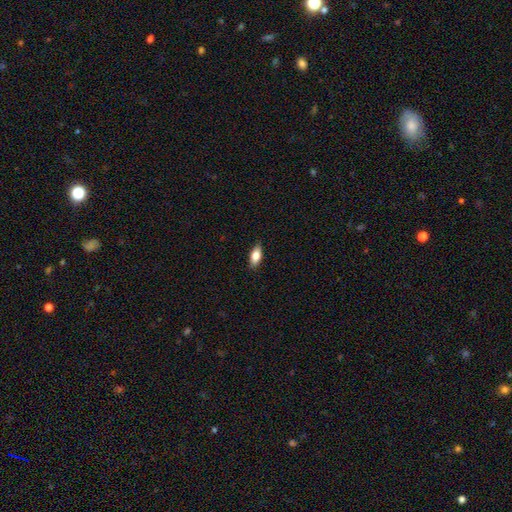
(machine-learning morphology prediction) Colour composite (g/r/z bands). It shows a smooth galaxy with no disk features (78%) that is in between round and cigar-shaped (84%). Merging: none (88%).